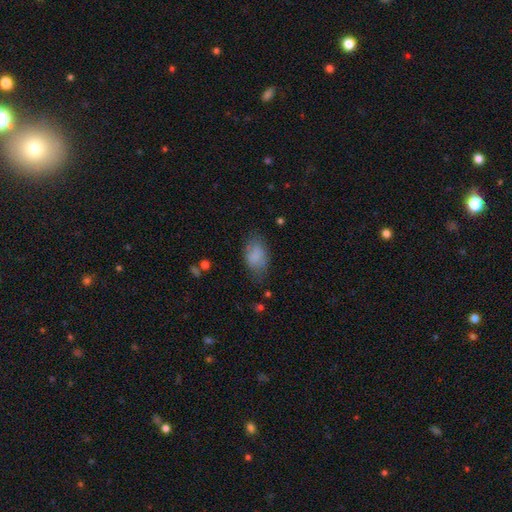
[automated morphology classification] Overall: smooth (80%). How rounded: in between (89%). Merging: none (63%; minor disturbance 25%).